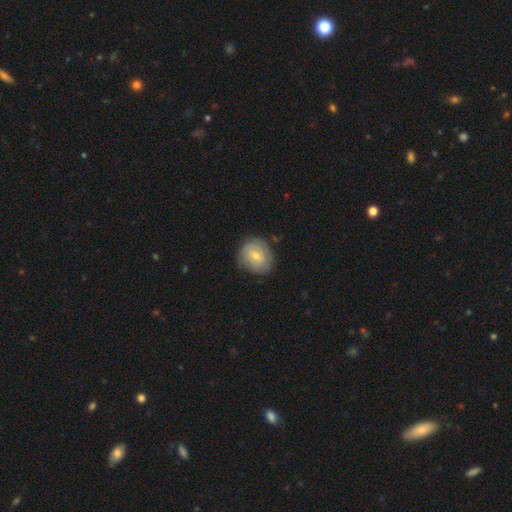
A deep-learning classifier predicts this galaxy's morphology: This appears to be a featured or disk galaxy (51%). Merging: none (75%).